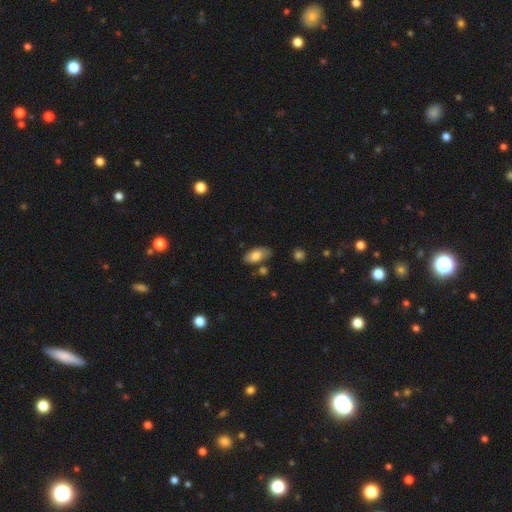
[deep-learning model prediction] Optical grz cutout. It shows a smooth galaxy with no disk features (77%) that is in between round and cigar-shaped (93%). Merging: none (72%).